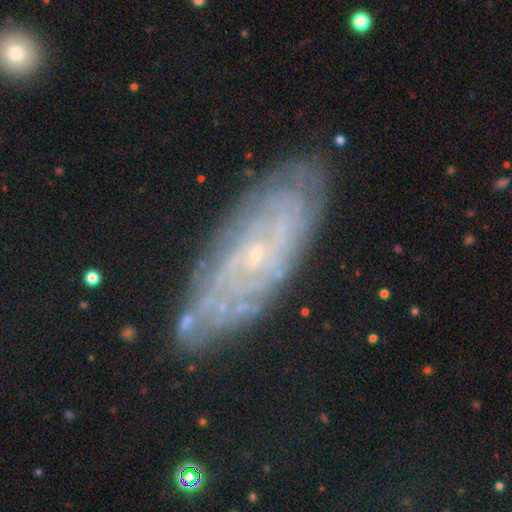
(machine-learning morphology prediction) Smooth or featured?
  - featured or disk: 79% *
  - smooth: 12%
  - star or artifact: 9%
Edge-on disk?
  - no: 88% *
  - yes: 12%
Bar?
  - no: 71% *
  - weak: 23%
  - strong: 6%
Spiral arms?
  - yes: 93% *
  - no: 7%
Spiral winding?
  - tight: 78% *
  - medium: 17%
  - loose: 5%
Spiral arm count?
  - can't tell: 50% *
  - 2: 12%
  - 4: 11%
  - more than 4: 11%
  - 3: 10%
  - 1: 6%
Bulge size?
  - small: 86% *
  - moderate: 10%
  - none: 2%
  - large: 1%
  - dominant: 1%
Merging?
  - none: 80% *
  - minor disturbance: 14%
  - major disturbance: 4%
  - merger: 2%